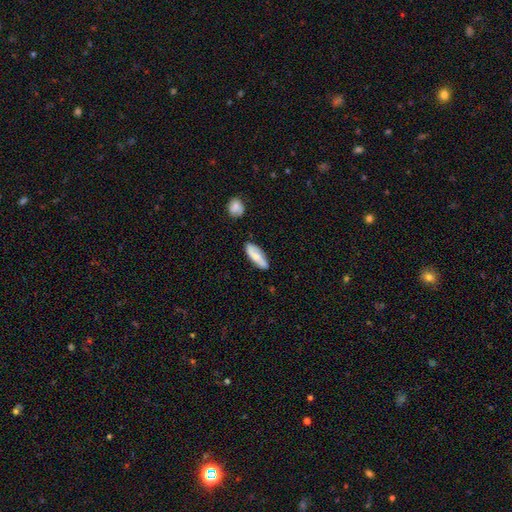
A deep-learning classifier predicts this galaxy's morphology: smooth-or-featured: smooth: 65% | featured or disk: 29% | star or artifact: 6%
  how-rounded: in between: 63% | cigar-shaped: 34% | round: 2%
  merging: none: 78% | minor disturbance: 16% | merger: 3% | major disturbance: 3%